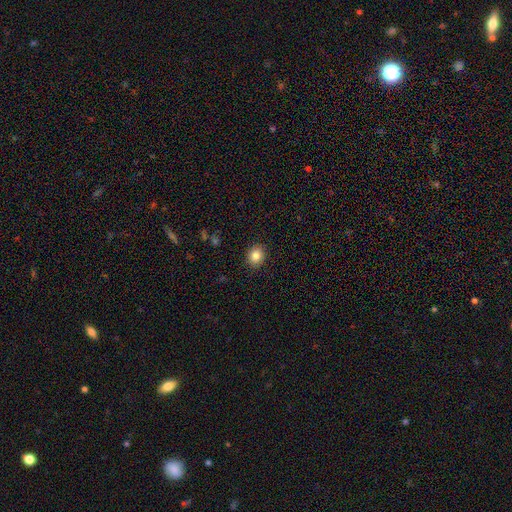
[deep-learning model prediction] Overall: smooth (84%). How rounded: round (66%; in between 33%). Merging: none (91%).